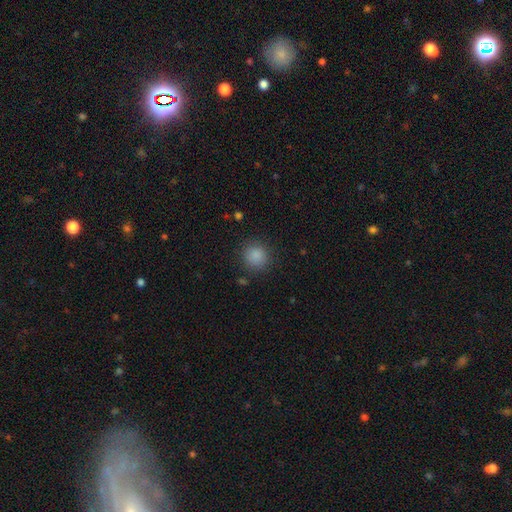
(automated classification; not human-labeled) smooth 87%, star or artifact 10%, featured or disk 3%. Down the decision tree: how rounded — round (92%); merging — none (87%).